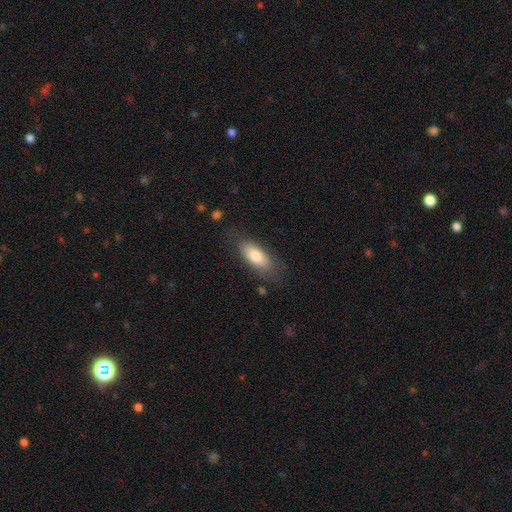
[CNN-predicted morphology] Overall: smooth (79%). How rounded: in between (79%). Merging: none (74%).